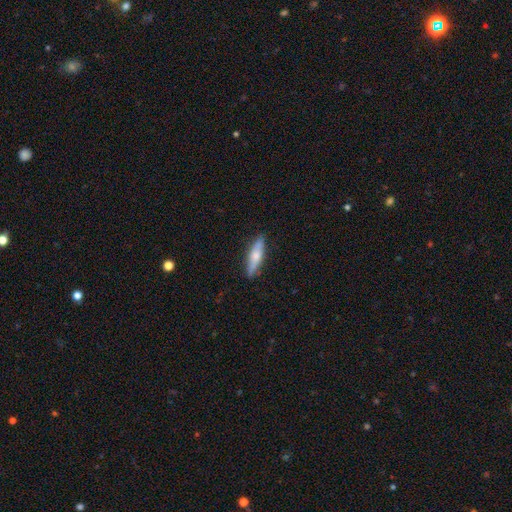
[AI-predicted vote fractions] This is likely a smooth galaxy (62%). How rounded: likely cigar-shaped (70%). Merging: clearly none (86%).